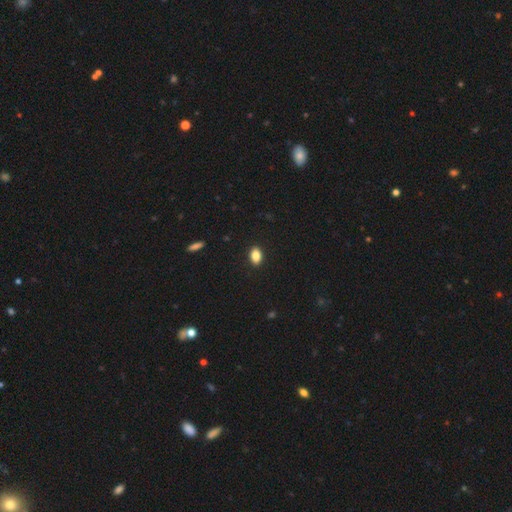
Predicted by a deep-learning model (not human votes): The model was most divided on "how rounded": in between: 85%, round: 13%, cigar-shaped: 2%. More confident: merging — none (90%); smooth or featured — smooth (85%).